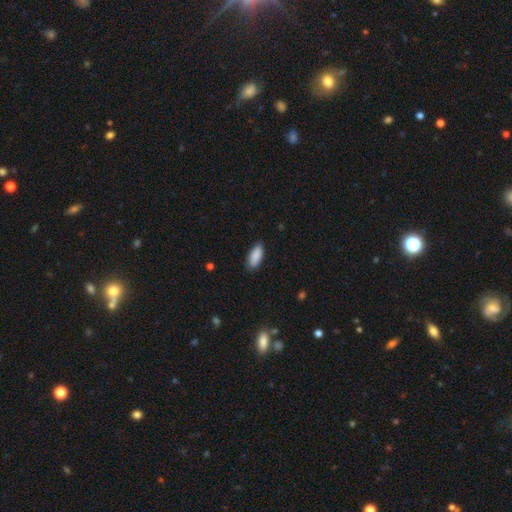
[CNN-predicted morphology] This appears to be a smooth galaxy with no disk features (90%) that is in between round and cigar-shaped (85%). Merging: none (84%).